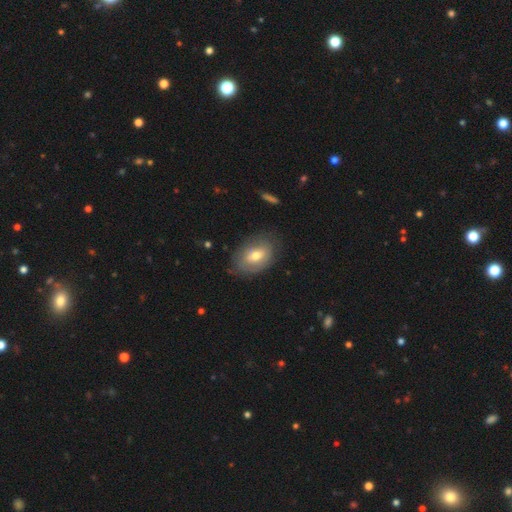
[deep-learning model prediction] Smooth or featured? smooth (61%)
How rounded? in between (84%)
Merging? none (71%)